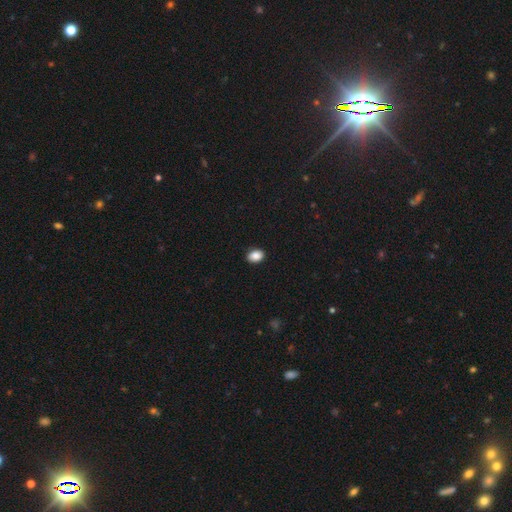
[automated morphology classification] Smooth or featured? smooth (88%)
How rounded? in between (74%)
Merging? none (89%)